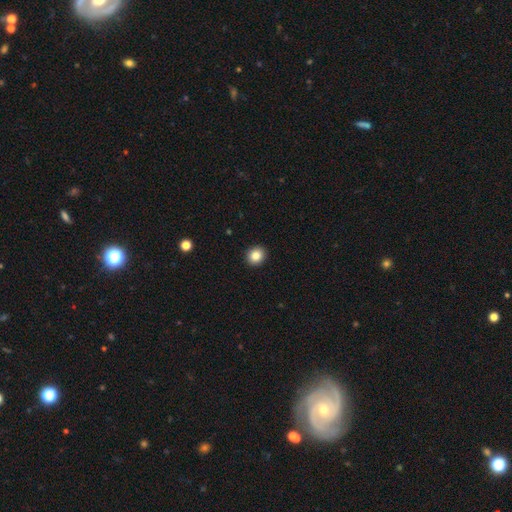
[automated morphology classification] smooth 85%, star or artifact 10%, featured or disk 5%. Down the decision tree: how rounded — round (82%); merging — none (92%).